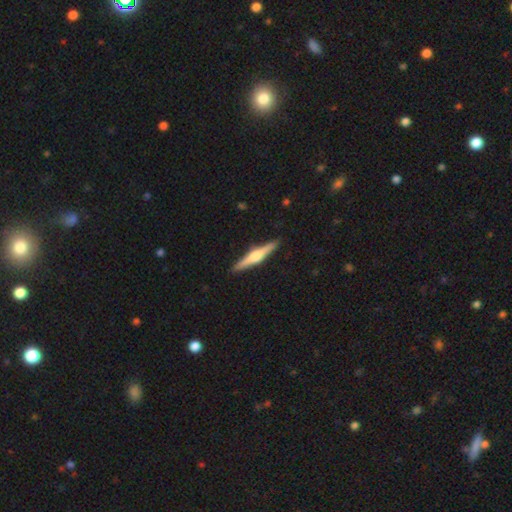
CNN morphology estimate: type=featured or disk (69%); edge-on=yes (98%); edge-on bulge=rounded (91%); merging=none (91%).